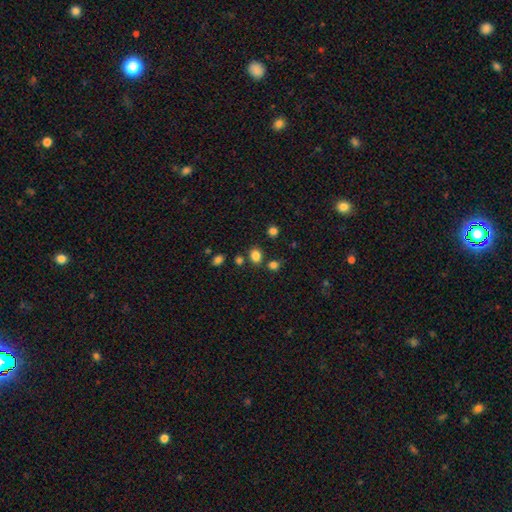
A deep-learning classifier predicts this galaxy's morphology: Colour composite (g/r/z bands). It shows a smooth galaxy with no disk features (82%) that is round (50%). Merging: none (76%).